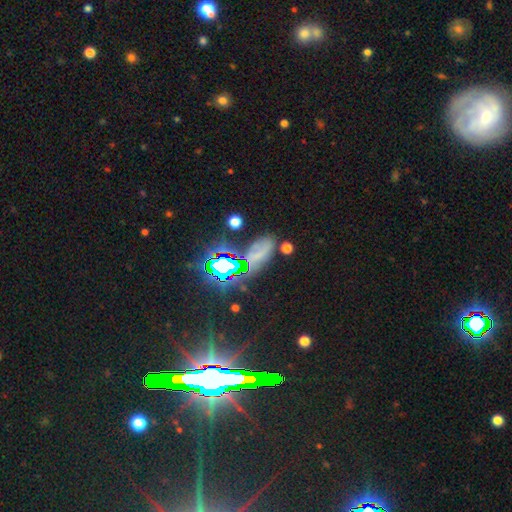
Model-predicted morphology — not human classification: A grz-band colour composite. It shows a star or artifact, not a galaxy (48%).